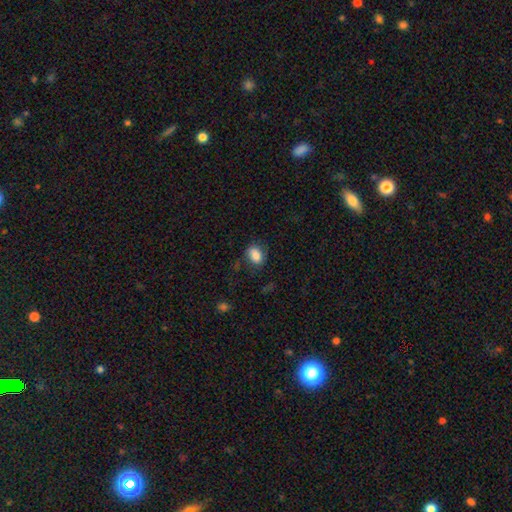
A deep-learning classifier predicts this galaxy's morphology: Smooth or featured: smooth — 85% (star or artifact — 9%)
How rounded: in between — 76% (round — 23%)
Merging: none — 71% (minor disturbance — 20%)